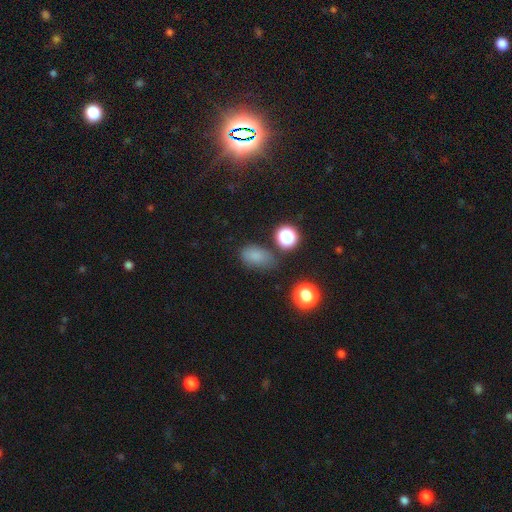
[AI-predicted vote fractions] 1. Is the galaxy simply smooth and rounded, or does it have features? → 76% smooth, 17% star or artifact, 7% featured or disk.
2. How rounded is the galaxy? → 84% in between, 14% round, 2% cigar-shaped.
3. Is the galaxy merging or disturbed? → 67% none, 21% minor disturbance, 7% major disturbance, 6% merger.